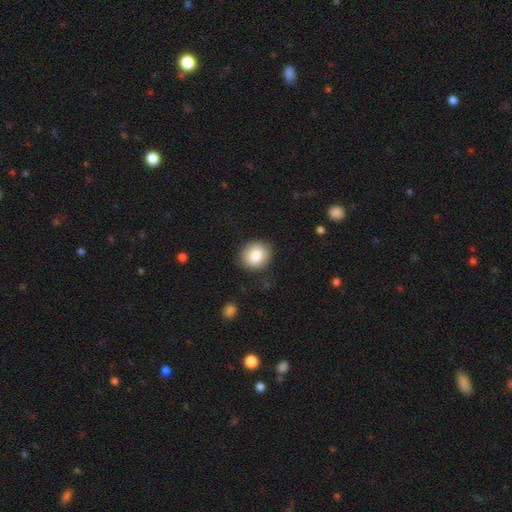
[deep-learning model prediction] Q: Smooth or featured?
A: smooth (84%); runner-up: featured or disk (8%)
Q: How rounded?
A: round (72%); runner-up: in between (27%)
Q: Merging?
A: none (83%); runner-up: minor disturbance (12%)